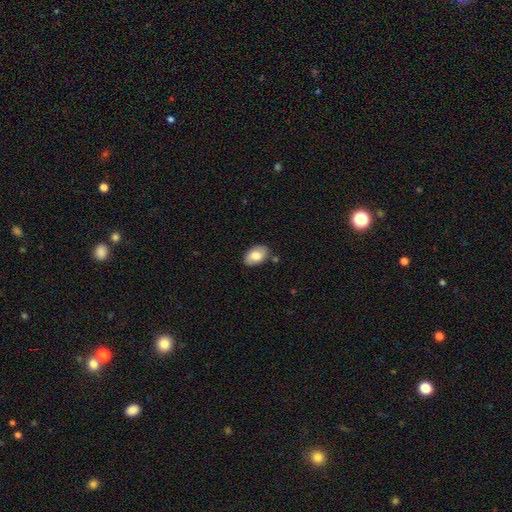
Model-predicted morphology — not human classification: A smooth galaxy with no disk features (77%) that is in between round and cigar-shaped (91%).

Vote fractions:
- Smooth or featured? smooth: 77% / featured or disk: 16% / star or artifact: 7%
- How rounded? in between: 91% / round: 8% / cigar-shaped: 1%
- Merging? none: 81% / minor disturbance: 13% / merger: 3% / major disturbance: 3%